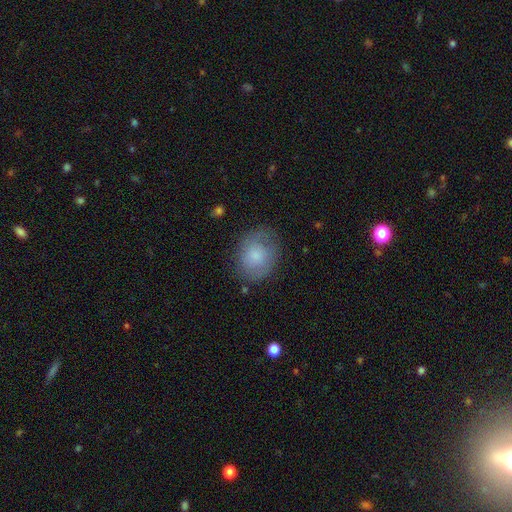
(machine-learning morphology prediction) A smooth galaxy with no disk features (72%) that is round (56%). Merging: none (72%).